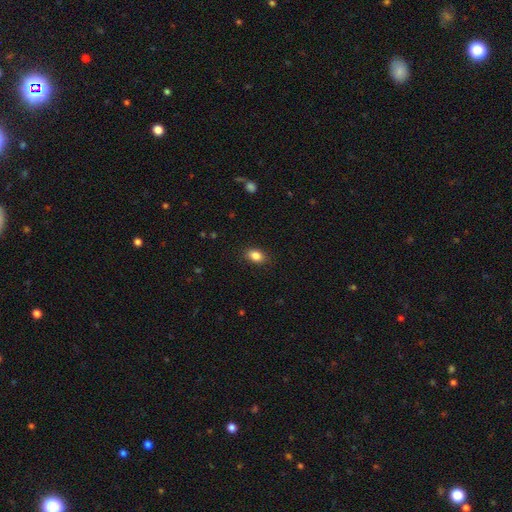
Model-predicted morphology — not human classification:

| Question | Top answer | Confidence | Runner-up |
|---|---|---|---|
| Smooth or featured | smooth | 86% | star or artifact (9%) |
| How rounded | in between | 84% | round (14%) |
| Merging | none | 87% | minor disturbance (10%) |